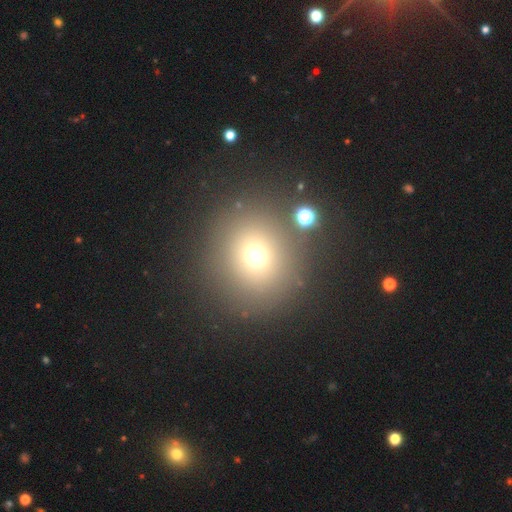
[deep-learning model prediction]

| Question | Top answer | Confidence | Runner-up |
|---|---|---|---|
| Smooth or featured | smooth | 68% | star or artifact (21%) |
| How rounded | round | 91% | in between (8%) |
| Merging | none | 83% | minor disturbance (7%) |